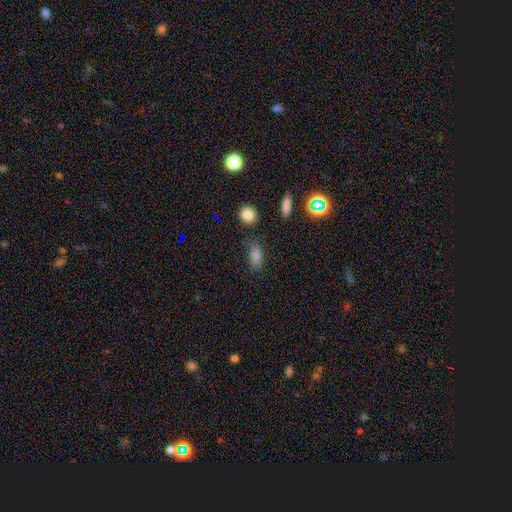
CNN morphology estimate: Smooth or featured? smooth (75%)
How rounded? in between (79%)
Merging? none (76%)